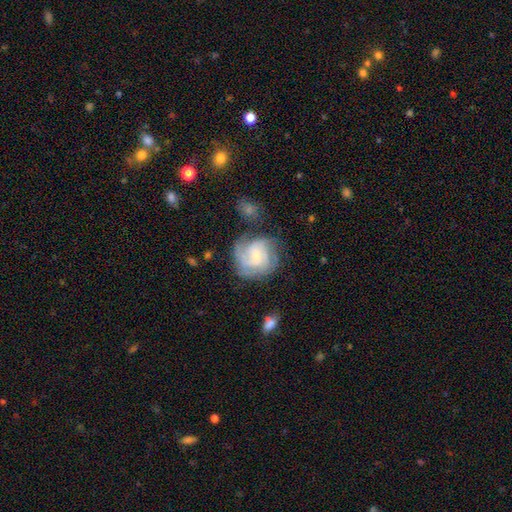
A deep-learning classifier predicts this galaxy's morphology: Smooth or featured?
  - featured or disk: 71% *
  - smooth: 22%
  - star or artifact: 7%
Edge-on disk?
  - no: 98% *
  - yes: 2%
Bar?
  - no: 48% *
  - weak: 45%
  - strong: 8%
Spiral arms?
  - yes: 89% *
  - no: 11%
Spiral winding?
  - tight: 47% *
  - medium: 38%
  - loose: 14%
Spiral arm count?
  - can't tell: 35% *
  - 2: 24%
  - 3: 23%
  - 4: 8%
  - 1: 6%
  - more than 4: 4%
Bulge size?
  - small: 65% *
  - moderate: 26%
  - none: 5%
  - large: 3%
  - dominant: 1%
Merging?
  - none: 57% *
  - minor disturbance: 21%
  - major disturbance: 15%
  - merger: 8%